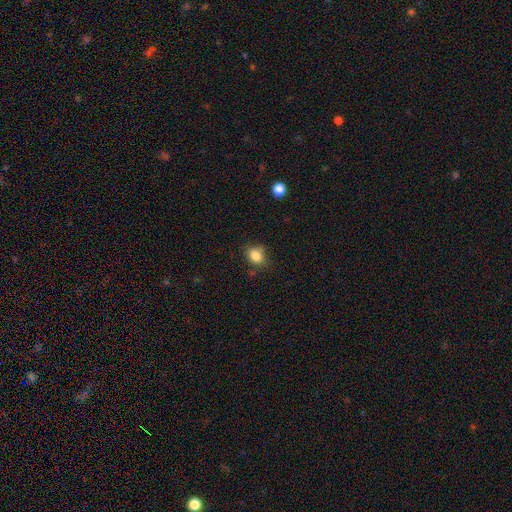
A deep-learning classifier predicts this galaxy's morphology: type=smooth (83%); roundness=in between (56%); merging=none (68%).